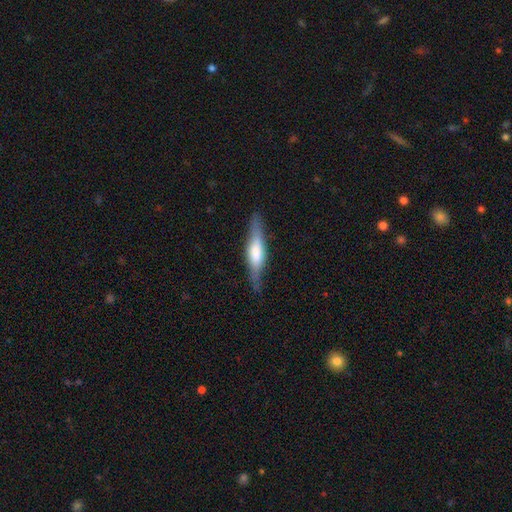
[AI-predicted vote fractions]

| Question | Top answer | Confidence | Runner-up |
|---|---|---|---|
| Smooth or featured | featured or disk | 51% | smooth (43%) |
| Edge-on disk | yes | 91% | no (9%) |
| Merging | none | 80% | minor disturbance (15%) |